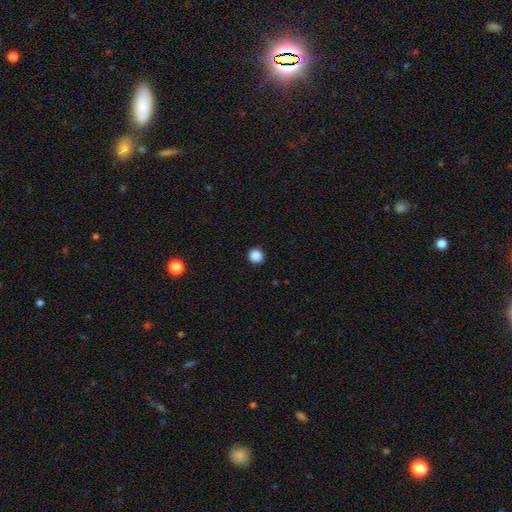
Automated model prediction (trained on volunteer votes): Smooth or featured? smooth (88%)
How rounded? round (93%)
Merging? none (93%)